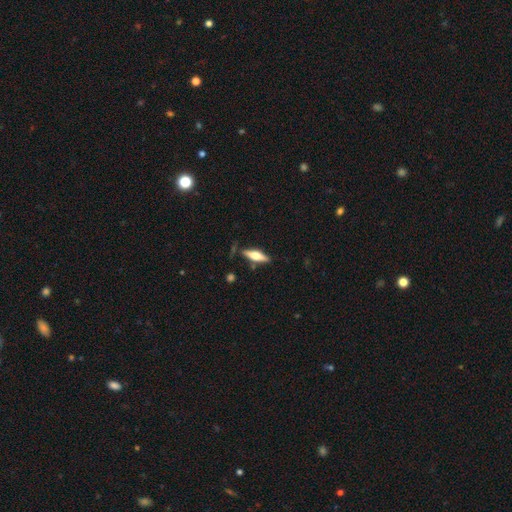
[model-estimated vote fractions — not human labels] smooth-or-featured: featured or disk: 52% | smooth: 42% | star or artifact: 6%
  disk-edge-on: yes: 93% | no: 7%
  merging: none: 79% | minor disturbance: 14% | major disturbance: 4% | merger: 3%